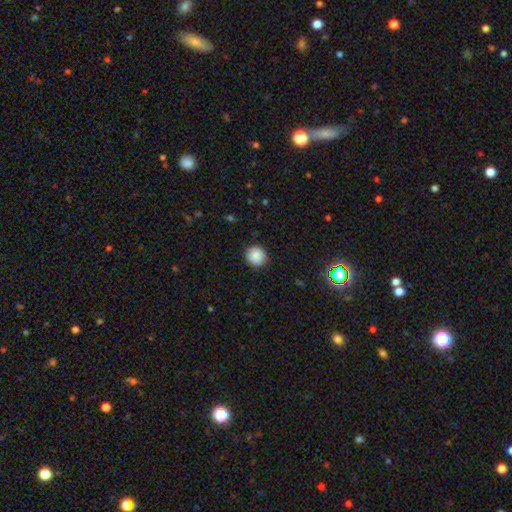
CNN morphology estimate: The model was most divided on "merging": none: 86%, minor disturbance: 11%, major disturbance: 2%, merger: 1%. More confident: how rounded — round (89%); smooth or featured — smooth (87%).